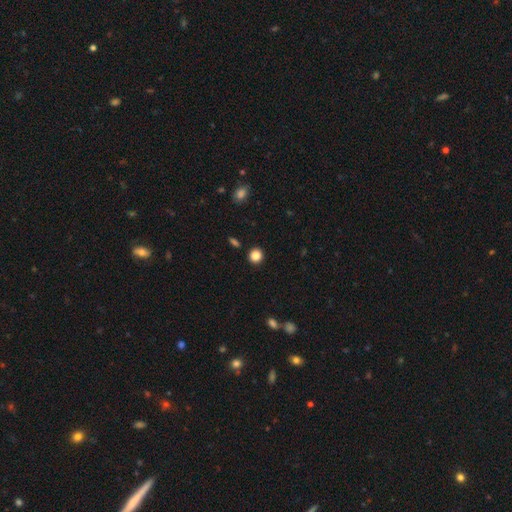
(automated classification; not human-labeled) smooth_or_featured: smooth (p=0.85) [alt: star or artifact p=0.11]
how_rounded: round (p=0.90) [alt: in between p=0.09]
merging: none (p=0.91) [alt: minor disturbance p=0.05]